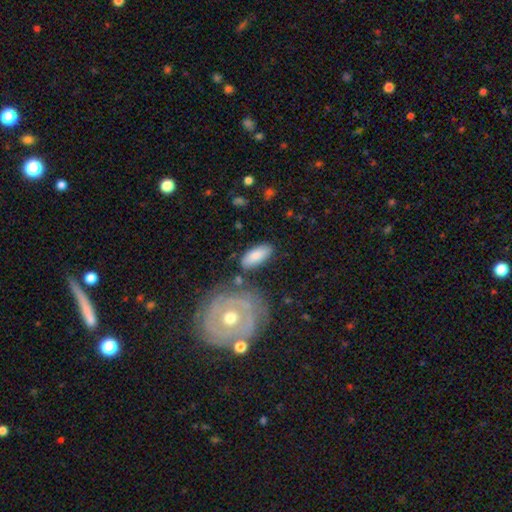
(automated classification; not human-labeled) This is likely a smooth galaxy (76%). How rounded: clearly in between (86%). Merging: likely none (76%).